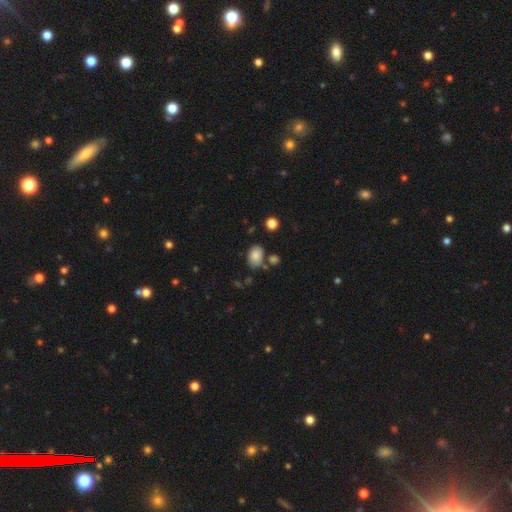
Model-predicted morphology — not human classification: Smooth or featured? smooth (83%)
How rounded? in between (79%)
Merging? none (70%)